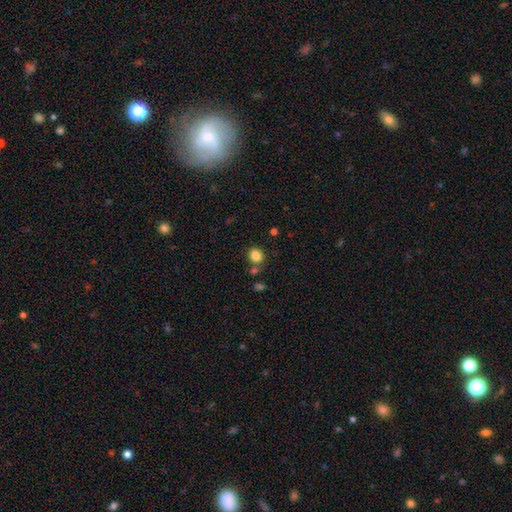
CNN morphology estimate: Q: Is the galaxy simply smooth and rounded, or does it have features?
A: smooth — 84%.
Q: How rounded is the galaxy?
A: round — 70%.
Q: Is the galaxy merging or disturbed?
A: none — 74%.